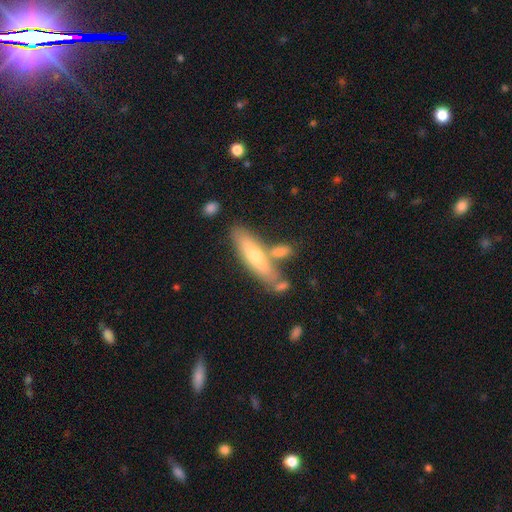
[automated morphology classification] smooth 57%, featured or disk 37%, star or artifact 6%. Down the decision tree: how rounded — cigar-shaped (70%); merging — none (65%).